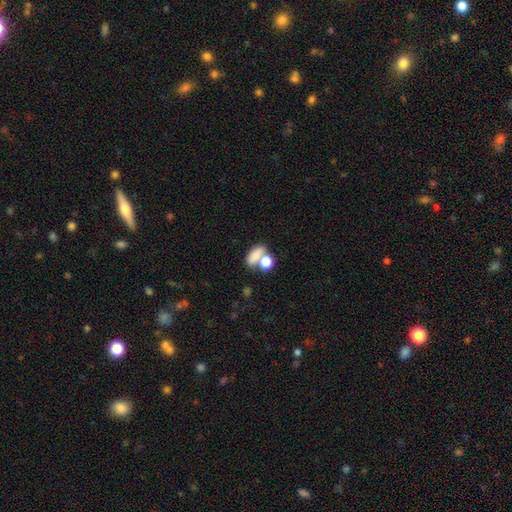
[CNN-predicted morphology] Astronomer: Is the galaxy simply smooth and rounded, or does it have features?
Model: smooth — 77%.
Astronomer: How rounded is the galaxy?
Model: in between — 73%.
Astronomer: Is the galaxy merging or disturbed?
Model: merger — 44% (runner-up: none, 38%).